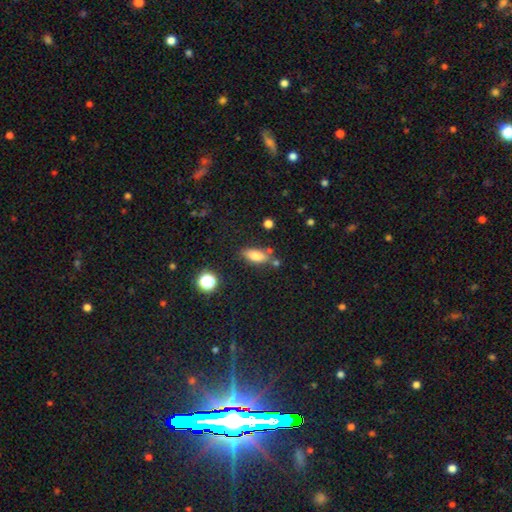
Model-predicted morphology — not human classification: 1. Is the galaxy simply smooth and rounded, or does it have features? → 78% smooth, 12% featured or disk, 10% star or artifact.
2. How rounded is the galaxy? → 76% in between, 20% cigar-shaped, 4% round.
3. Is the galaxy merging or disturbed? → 70% none, 16% minor disturbance, 9% merger, 5% major disturbance.